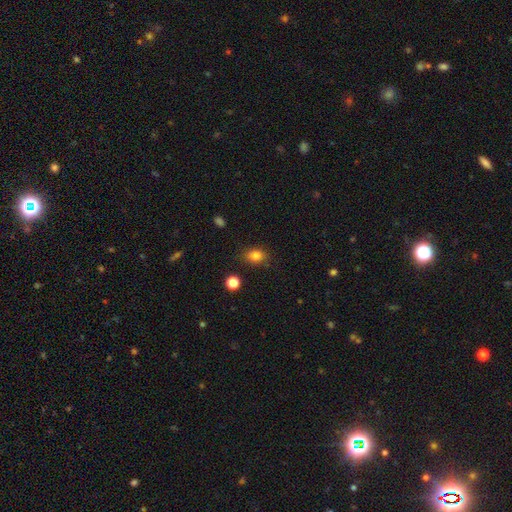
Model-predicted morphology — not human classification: Smooth or featured? Predicted: smooth (p=0.82). How rounded? Predicted: in between (p=0.54). Merging? Predicted: none (p=0.83).